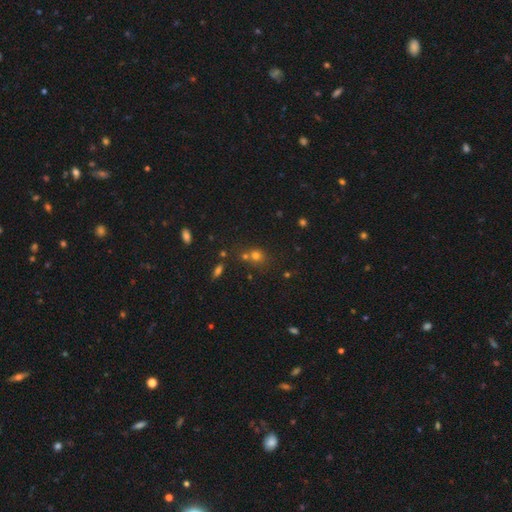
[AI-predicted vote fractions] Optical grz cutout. It shows a smooth galaxy with no disk features (66%) that is round (77%). Merging: none (54%).